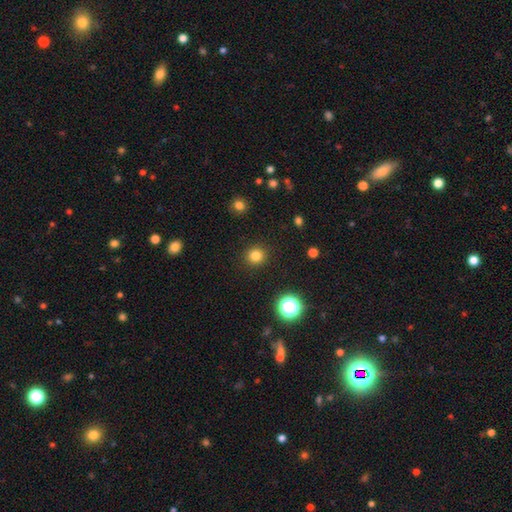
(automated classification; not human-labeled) Overall: smooth (81%). How rounded: round (93%). Merging: none (92%).